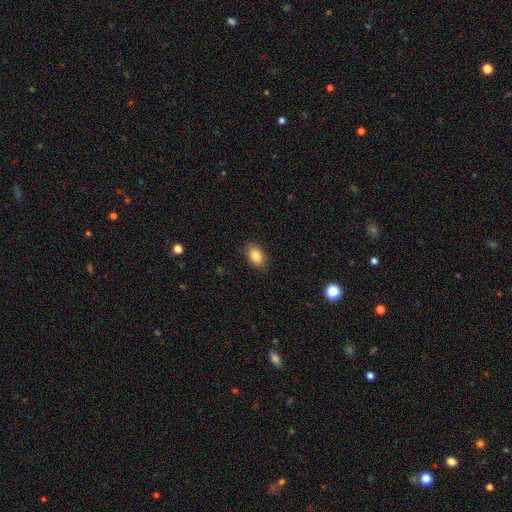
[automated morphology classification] A smooth galaxy with no disk features (85%) that is in between round and cigar-shaped (89%).

Vote fractions:
- Smooth or featured? smooth: 85% / star or artifact: 8% / featured or disk: 8%
- How rounded? in between: 89% / round: 10% / cigar-shaped: 1%
- Merging? none: 86% / minor disturbance: 10% / major disturbance: 2% / merger: 1%